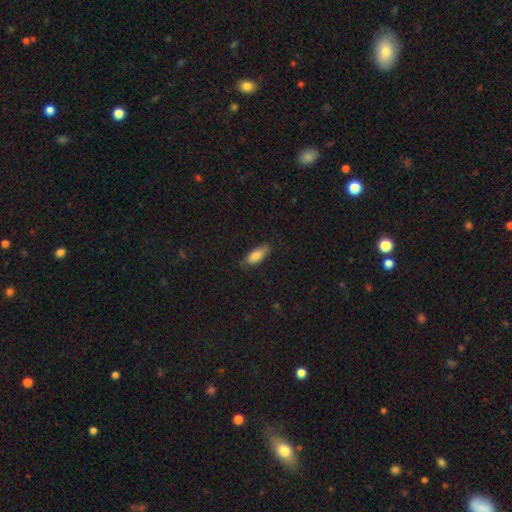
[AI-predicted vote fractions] Overall: smooth (82%). How rounded: in between (77%). Merging: none (74%).